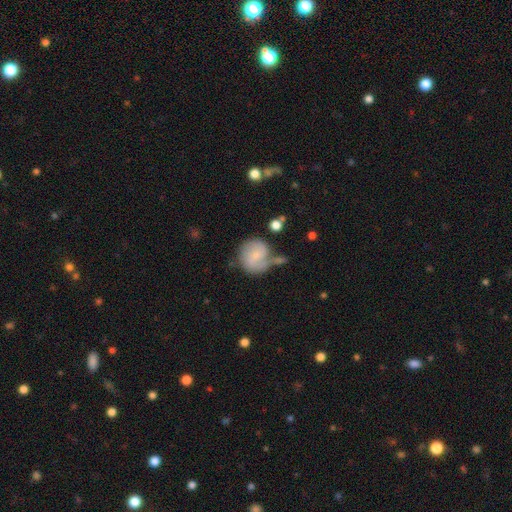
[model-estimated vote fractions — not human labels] Morphology: type=featured or disk (51%); edge-on=no (97%); merging=none (42%).